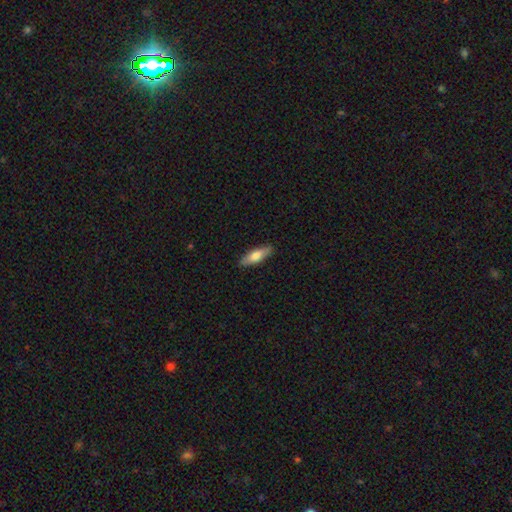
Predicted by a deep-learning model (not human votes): A smooth galaxy with no disk features (69%) that is cigar-shaped (53%). Merging: none (88%).